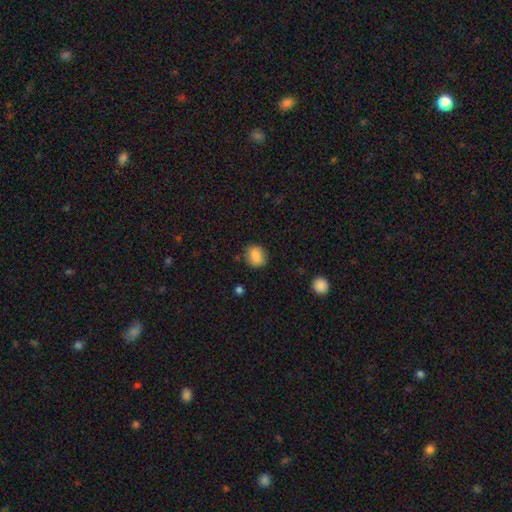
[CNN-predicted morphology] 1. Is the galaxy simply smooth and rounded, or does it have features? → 85% smooth, 8% star or artifact, 6% featured or disk.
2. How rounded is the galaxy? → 59% round, 40% in between, 1% cigar-shaped.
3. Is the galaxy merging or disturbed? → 84% none, 11% minor disturbance, 3% major disturbance, 2% merger.